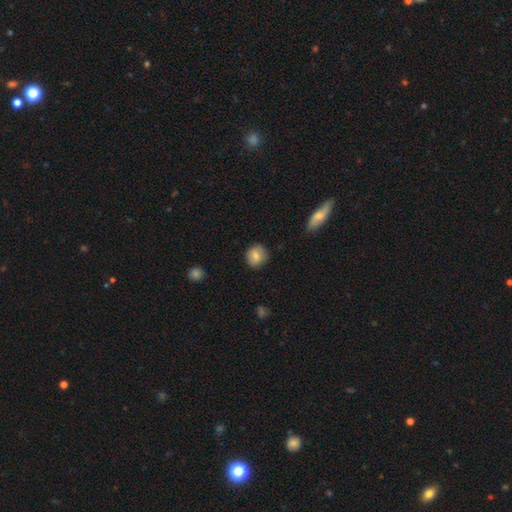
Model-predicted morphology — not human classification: smooth_or_featured: smooth (p=0.77) [alt: featured or disk p=0.14]
how_rounded: round (p=0.84) [alt: in between p=0.15]
merging: none (p=0.84) [alt: minor disturbance p=0.13]